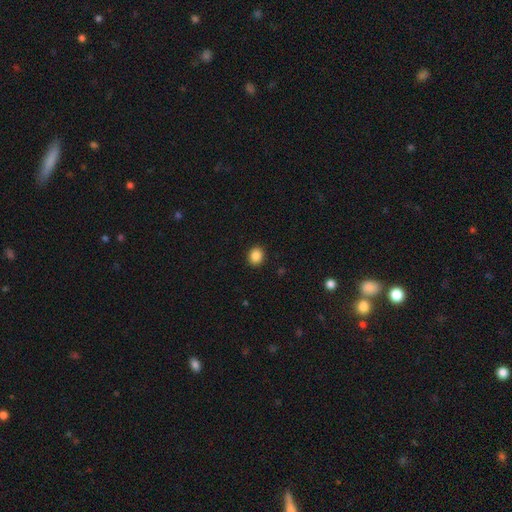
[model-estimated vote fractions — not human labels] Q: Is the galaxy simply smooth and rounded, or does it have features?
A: smooth — 87%.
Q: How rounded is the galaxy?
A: round — 70%.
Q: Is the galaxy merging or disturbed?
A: none — 91%.